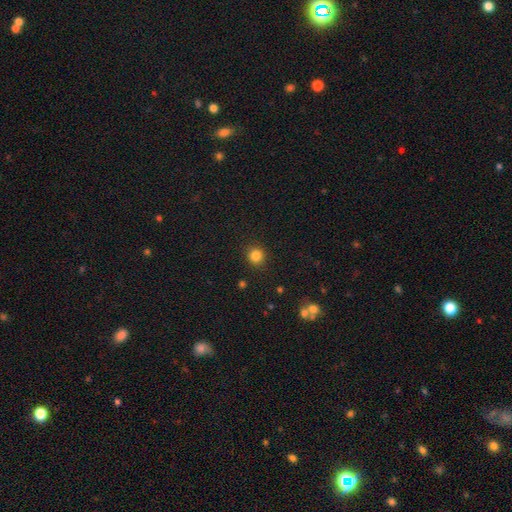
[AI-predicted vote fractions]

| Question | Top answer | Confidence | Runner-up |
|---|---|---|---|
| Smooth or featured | smooth | 84% | star or artifact (12%) |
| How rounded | round | 92% | in between (7%) |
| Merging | none | 91% | minor disturbance (6%) |